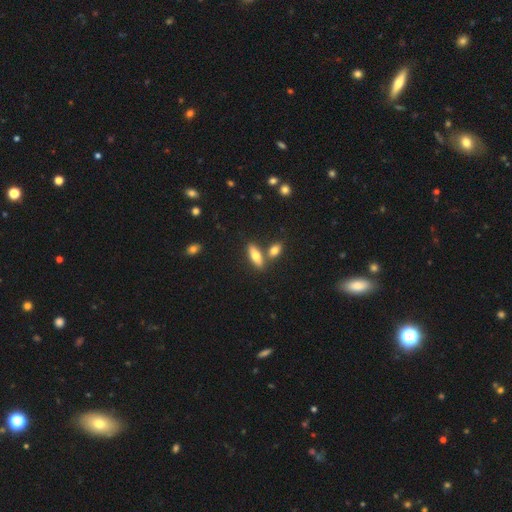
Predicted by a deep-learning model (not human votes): A smooth galaxy with no disk features (68%) that is in between round and cigar-shaped (63%). Merging: none (67%).